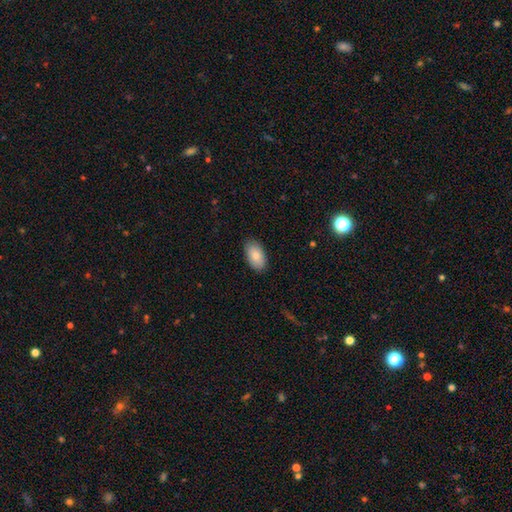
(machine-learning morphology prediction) smooth-or-featured: smooth: 82% | featured or disk: 11% | star or artifact: 6%
  how-rounded: in between: 94% | round: 4% | cigar-shaped: 2%
  merging: none: 87% | minor disturbance: 10% | major disturbance: 2% | merger: 1%